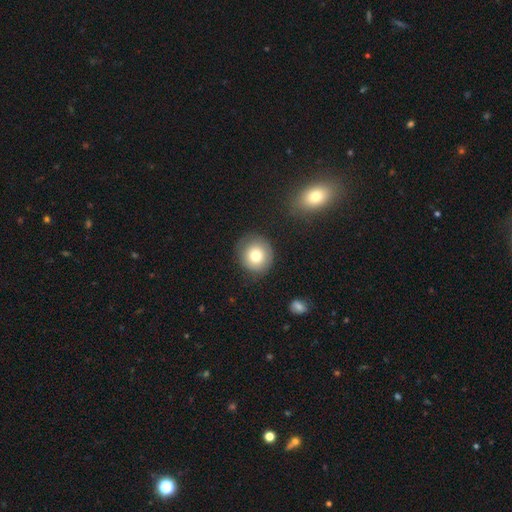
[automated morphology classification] Smooth or featured? Predicted: smooth (p=0.77). How rounded? Predicted: round (p=0.91). Merging? Predicted: none (p=0.82).